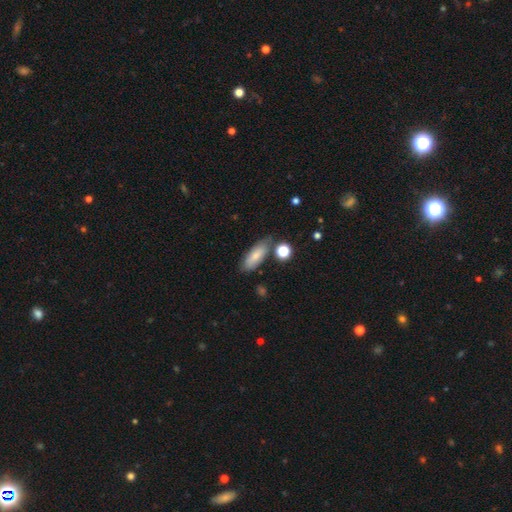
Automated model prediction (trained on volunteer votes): Smooth or featured? smooth (76%)
How rounded? in between (71%)
Merging? none (68%)